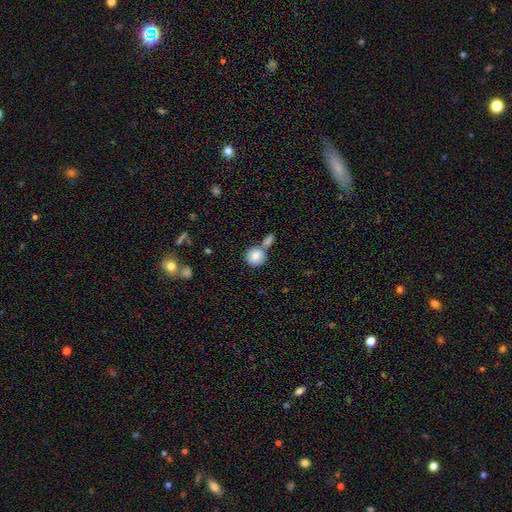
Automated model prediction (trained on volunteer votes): Smooth or featured: smooth — 84% (featured or disk — 9%)
How rounded: round — 89% (in between — 10%)
Merging: none — 53% (merger — 35%)